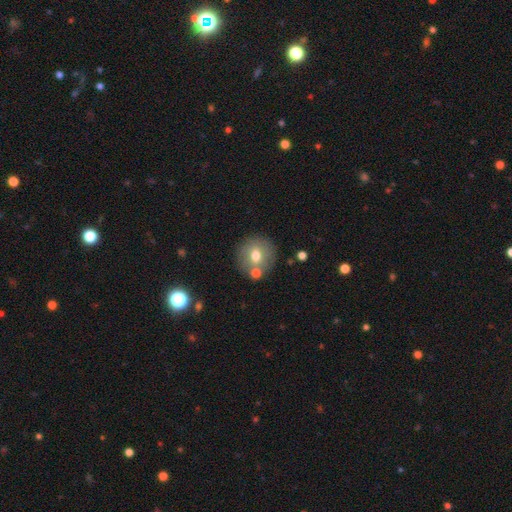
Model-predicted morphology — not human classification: The model was most divided on "smooth or featured": smooth: 68%, featured or disk: 22%, star or artifact: 10%. More confident: how rounded — round (88%); merging — none (76%).